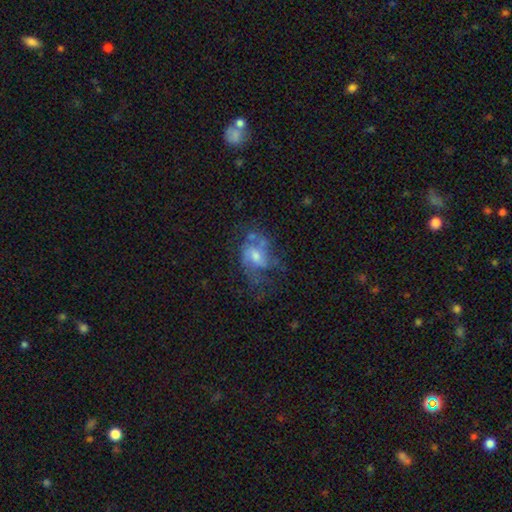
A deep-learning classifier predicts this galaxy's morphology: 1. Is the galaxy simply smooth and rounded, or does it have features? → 65% featured or disk, 25% smooth, 10% star or artifact.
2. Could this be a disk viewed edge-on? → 97% no, 3% yes.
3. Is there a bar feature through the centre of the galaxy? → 54% no, 38% weak, 8% strong.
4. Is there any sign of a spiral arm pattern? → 69% yes, 31% no.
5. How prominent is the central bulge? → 52% moderate, 36% small, 6% large, 5% none, 1% dominant.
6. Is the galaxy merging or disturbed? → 39% none, 32% major disturbance, 23% minor disturbance, 6% merger.